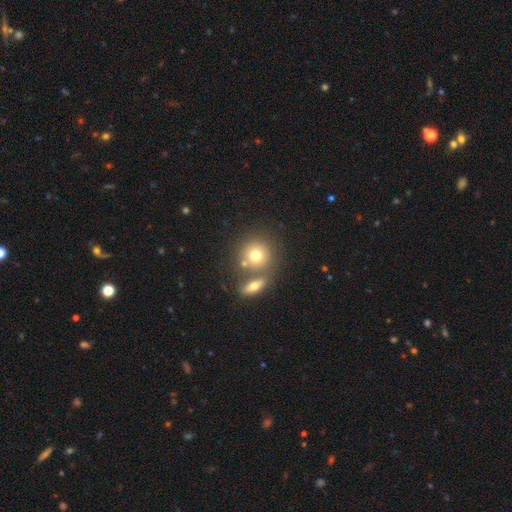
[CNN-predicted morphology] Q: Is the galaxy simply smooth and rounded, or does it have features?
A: smooth — 73%.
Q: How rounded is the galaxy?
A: round — 86%.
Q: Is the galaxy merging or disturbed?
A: none — 54%.